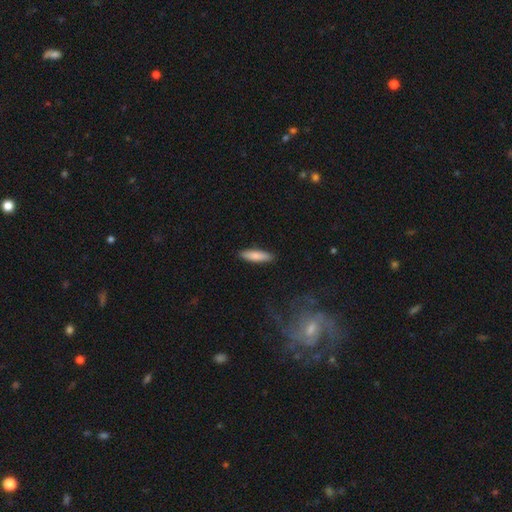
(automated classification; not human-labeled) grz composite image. It shows a smooth galaxy with no disk features (82%) that is cigar-shaped (68%). Merging: none (89%).